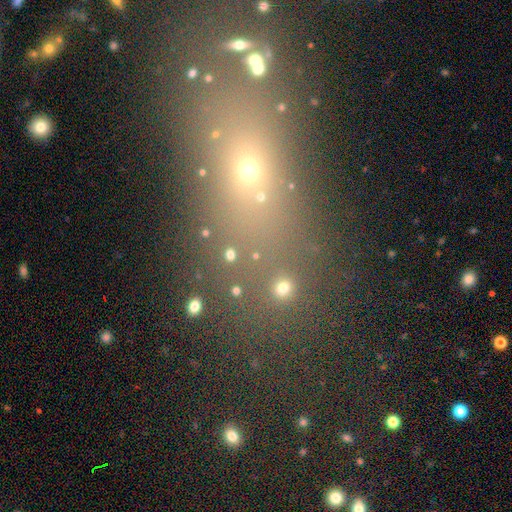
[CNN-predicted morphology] A star or artifact, not a galaxy (42%, tied with smooth).

Vote fractions:
- Smooth or featured? star or artifact: 42% (tied) / smooth: 42% (tied) / featured or disk: 16%